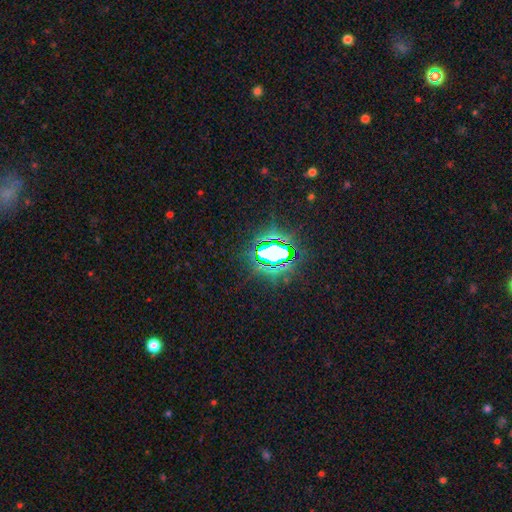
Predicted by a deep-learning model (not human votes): Morphology: type=star or artifact (81%).